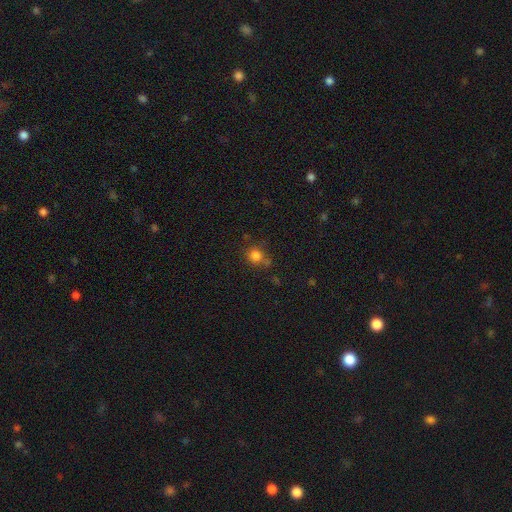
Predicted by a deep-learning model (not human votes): A smooth galaxy with no disk features (80%) that is round (85%).

Vote fractions:
- Smooth or featured? smooth: 80% / star or artifact: 14% / featured or disk: 6%
- How rounded? round: 85% / in between: 14% / cigar-shaped: 1%
- Merging? none: 67% / minor disturbance: 16% / merger: 12% / major disturbance: 5%